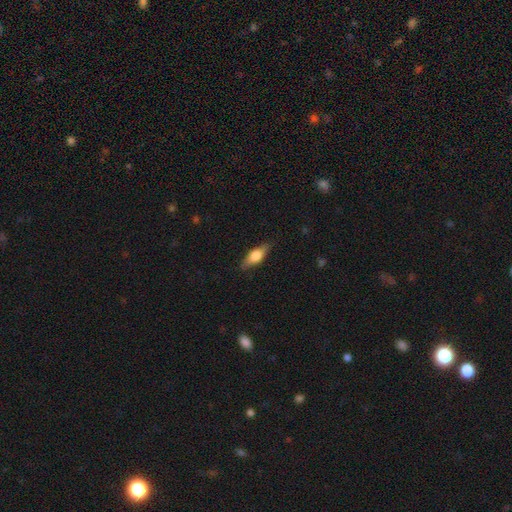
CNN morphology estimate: smooth-or-featured: smooth: 54% | featured or disk: 39% | star or artifact: 7%
  how-rounded: in between: 62% | cigar-shaped: 34% | round: 4%
  merging: none: 85% | minor disturbance: 11% | major disturbance: 2% | merger: 1%